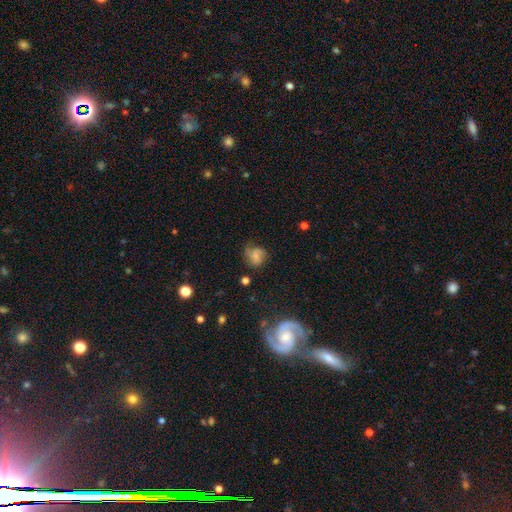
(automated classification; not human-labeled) smooth_or_featured: smooth (p=0.54) [alt: featured or disk p=0.34]
how_rounded: round (p=0.68) [alt: in between p=0.31]
merging: none (p=0.52) [alt: minor disturbance p=0.28]